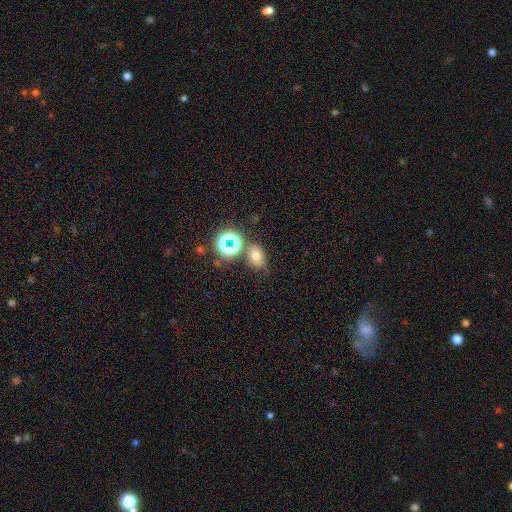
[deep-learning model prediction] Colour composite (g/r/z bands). It shows a smooth galaxy with no disk features (65%) that is in between round and cigar-shaped (68%). Merging: none (67%).